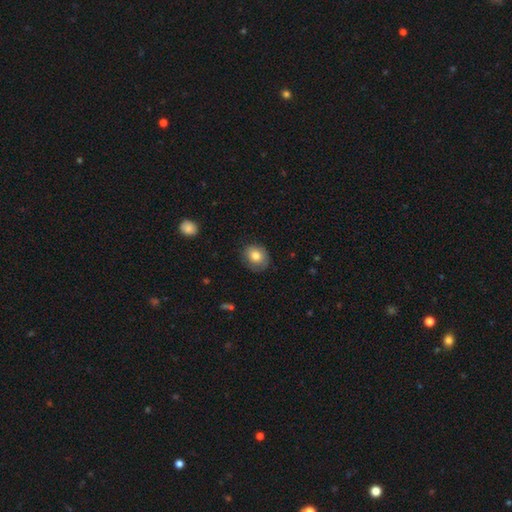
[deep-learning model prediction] smooth-or-featured: smooth: 78% | featured or disk: 14% | star or artifact: 9%
  how-rounded: round: 64% | in between: 36% | cigar-shaped: 1%
  merging: none: 79% | minor disturbance: 17% | major disturbance: 4% | merger: 1%